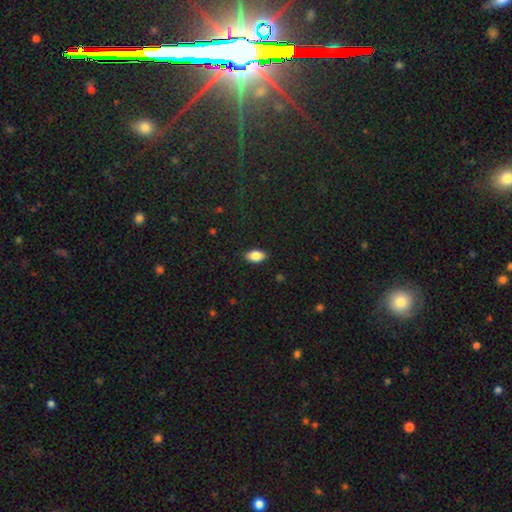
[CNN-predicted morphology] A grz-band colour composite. It shows a smooth galaxy with no disk features (86%) that is in between round and cigar-shaped (93%). Merging: none (88%).